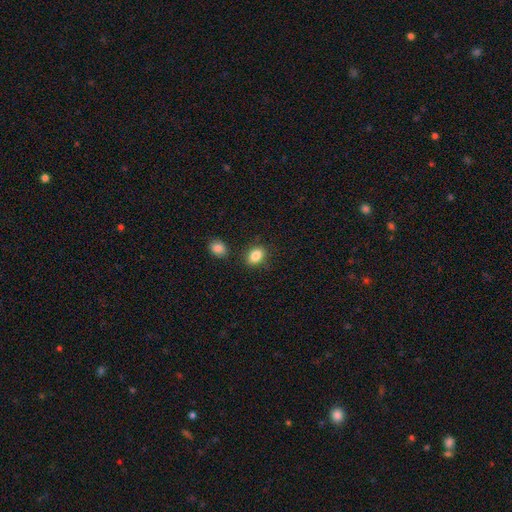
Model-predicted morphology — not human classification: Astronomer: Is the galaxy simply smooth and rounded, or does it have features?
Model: smooth — 85%.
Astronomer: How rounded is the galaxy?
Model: in between — 76%.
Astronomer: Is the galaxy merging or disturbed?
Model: none — 82%.